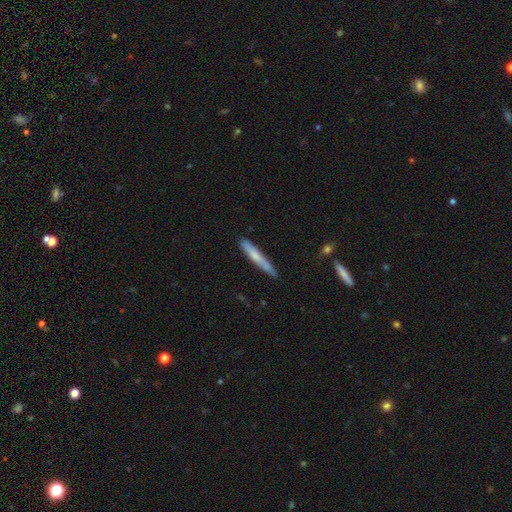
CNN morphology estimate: Smooth or featured? smooth (63%)
How rounded? cigar-shaped (95%)
Merging? none (76%)